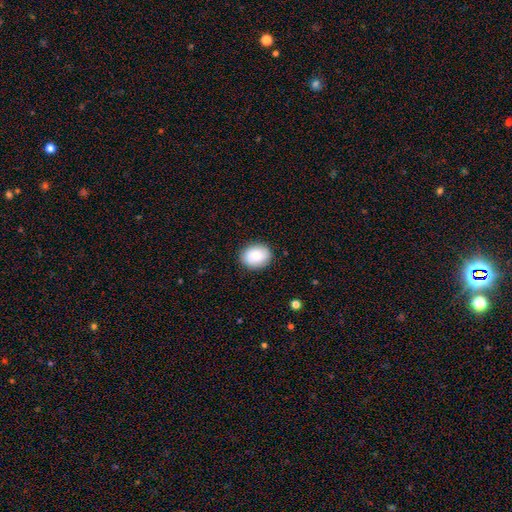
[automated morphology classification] A smooth galaxy with no disk features (84%) that is in between round and cigar-shaped (51%).

Vote fractions:
- Smooth or featured? smooth: 84% / featured or disk: 9% / star or artifact: 7%
- How rounded? in between: 51% / round: 48% / cigar-shaped: 1%
- Merging? none: 87% / minor disturbance: 10% / major disturbance: 2% / merger: 1%